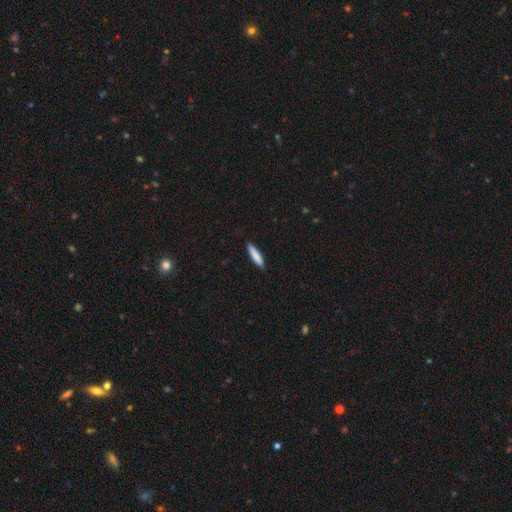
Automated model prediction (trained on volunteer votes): A smooth galaxy with no disk features (83%) that is cigar-shaped (85%). Merging: none (88%).